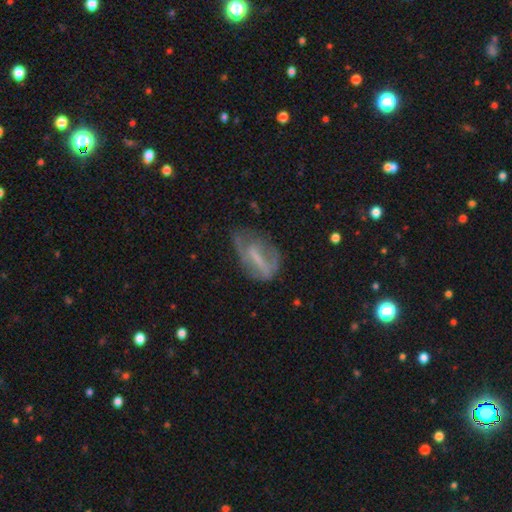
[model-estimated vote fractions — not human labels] Smooth or featured: featured or disk — 54% (smooth — 32%)
Edge-on disk: no — 87% (yes — 13%)
Merging: none — 49% (minor disturbance — 28%)